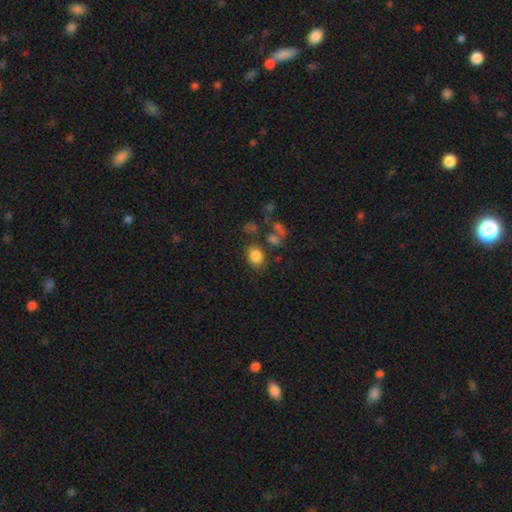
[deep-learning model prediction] Q: Smooth or featured?
A: smooth (82%); runner-up: star or artifact (11%)
Q: How rounded?
A: in between (52%); runner-up: round (47%)
Q: Merging?
A: none (73%); runner-up: minor disturbance (13%)